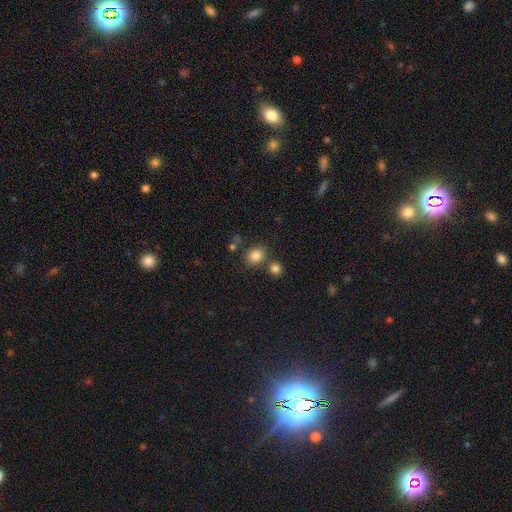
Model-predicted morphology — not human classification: smooth_or_featured: smooth (p=0.83) [alt: star or artifact p=0.11]
how_rounded: round (p=0.59) [alt: in between p=0.40]
merging: none (p=0.69) [alt: merger p=0.16]